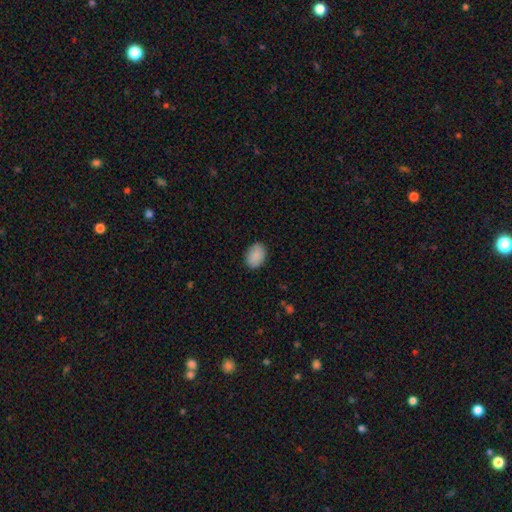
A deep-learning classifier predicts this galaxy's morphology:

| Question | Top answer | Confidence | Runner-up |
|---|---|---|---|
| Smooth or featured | smooth | 88% | star or artifact (7%) |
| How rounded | in between | 74% | round (25%) |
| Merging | none | 87% | minor disturbance (9%) |